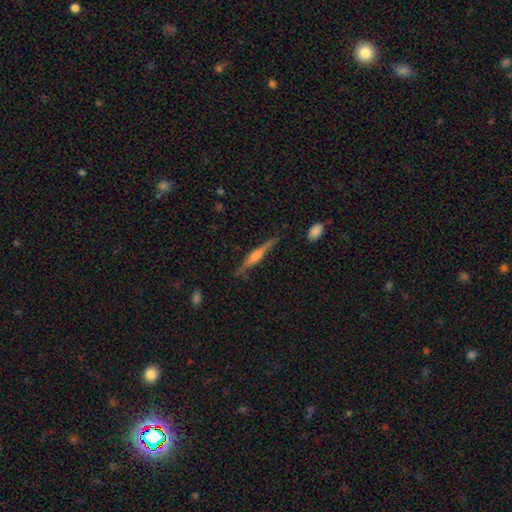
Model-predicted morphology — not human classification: Smooth or featured? featured or disk (73%)
Edge-on disk? yes (98%)
Edge-on bulge? rounded (71%)
Merging? none (87%)